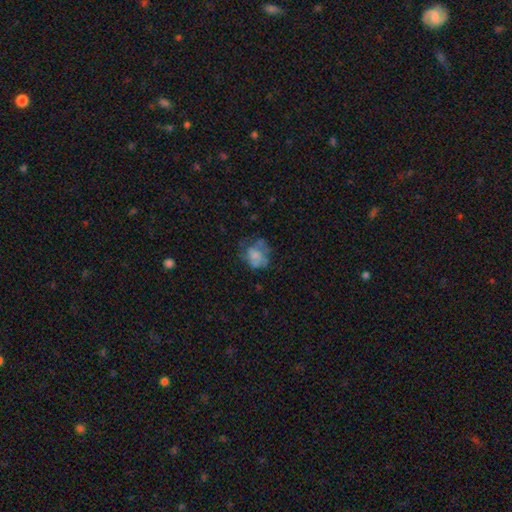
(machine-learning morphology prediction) type=featured or disk (46%); merging=none (43%).